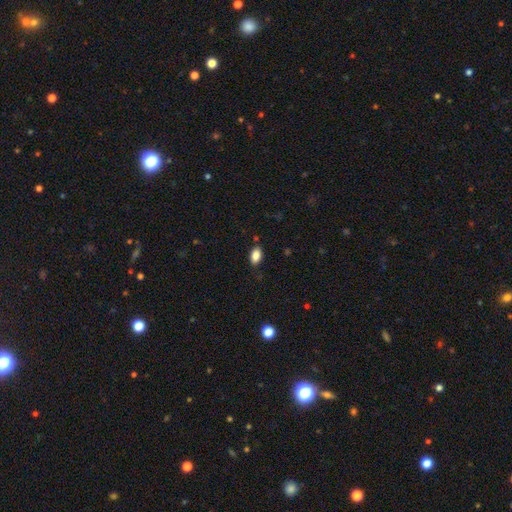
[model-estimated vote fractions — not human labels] The model was most divided on "merging": none: 83%, minor disturbance: 13%, major disturbance: 3%, merger: 1%. More confident: how rounded — in between (91%); smooth or featured — smooth (87%).